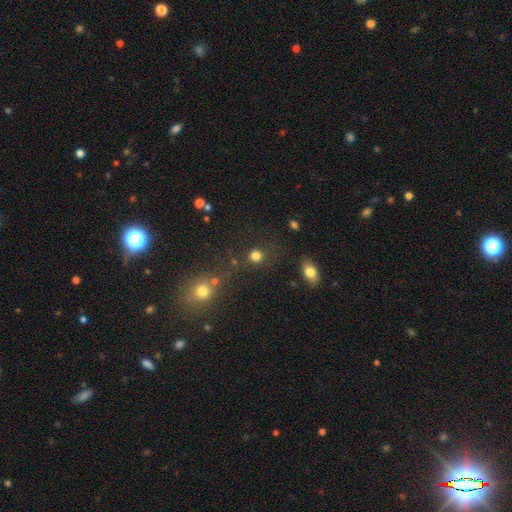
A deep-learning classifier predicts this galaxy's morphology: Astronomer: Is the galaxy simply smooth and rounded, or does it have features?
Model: smooth — 80%.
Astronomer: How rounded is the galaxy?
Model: round — 85%.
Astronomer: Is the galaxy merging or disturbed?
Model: none — 79%.